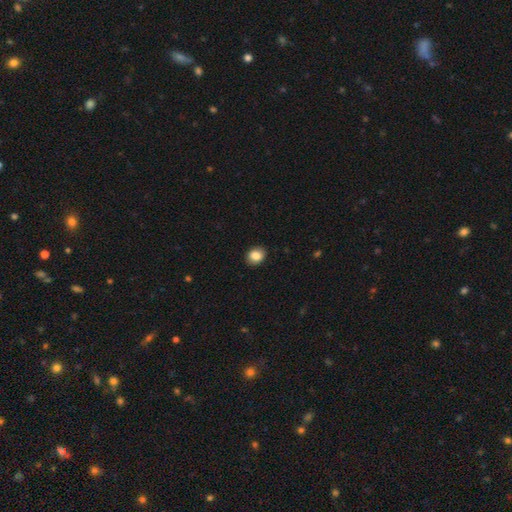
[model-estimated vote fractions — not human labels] A smooth galaxy with no disk features (86%) that is round (55%). Merging: none (90%).